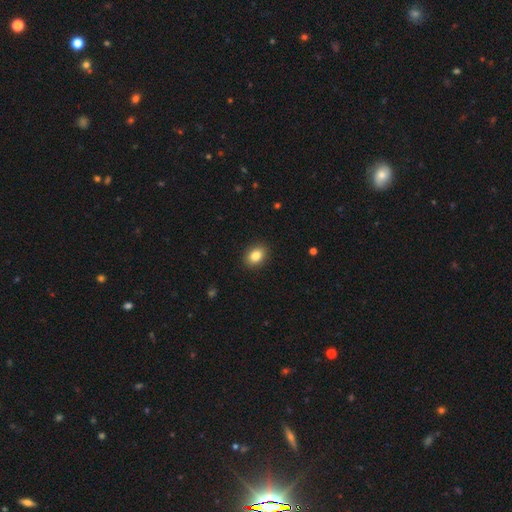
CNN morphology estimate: The model was most divided on "how rounded": in between: 72%, round: 27%, cigar-shaped: 1%. More confident: merging — none (90%); smooth or featured — smooth (85%).